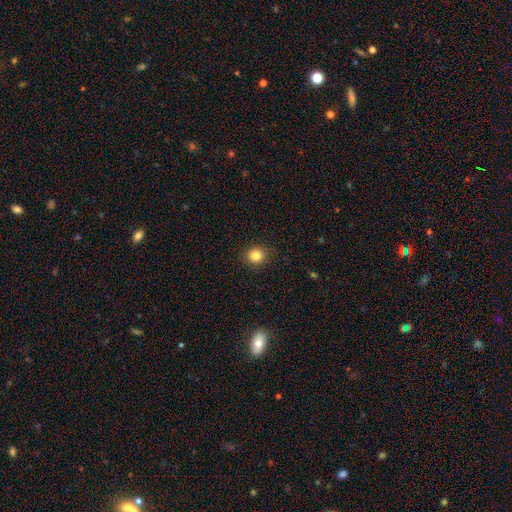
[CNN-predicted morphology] This is clearly a smooth galaxy (83%). How rounded: clearly round (87%). Merging: clearly none (89%).